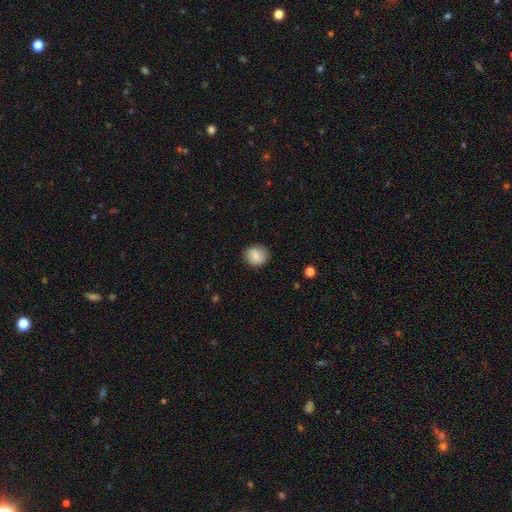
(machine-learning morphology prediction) type=smooth (79%); roundness=round (80%); merging=none (85%).